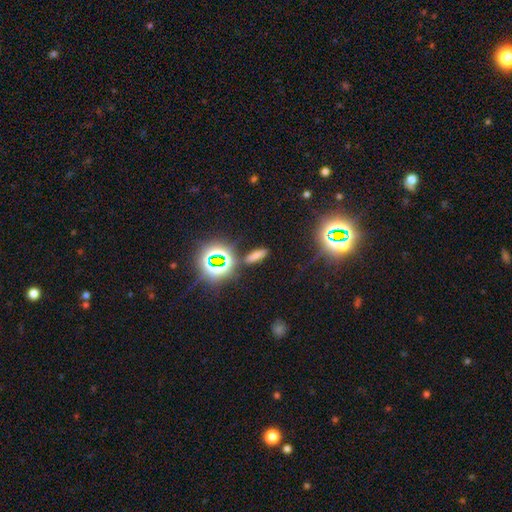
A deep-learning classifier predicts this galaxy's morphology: A smooth galaxy with no disk features (58%) that is cigar-shaped (52%). Merging: none (81%).